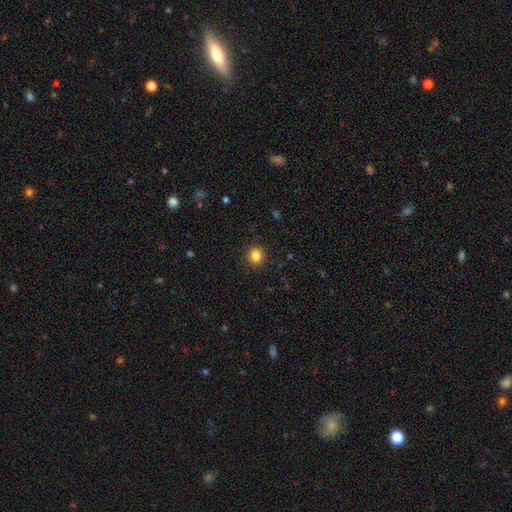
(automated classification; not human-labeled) Morphology: type=smooth (84%); roundness=round (87%); merging=none (91%).